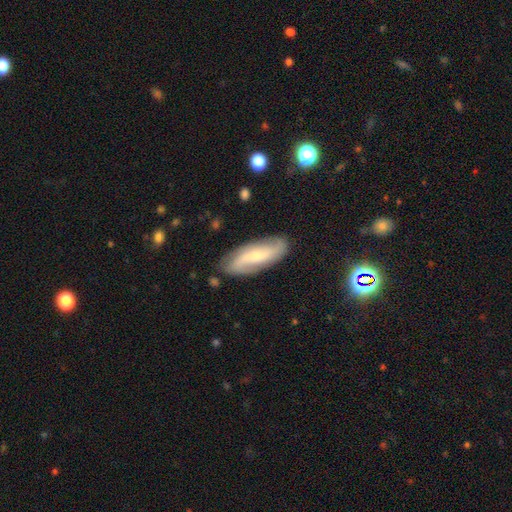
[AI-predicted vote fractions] This appears to be a featured or disk galaxy (61%) with no bar (42%), spiral arms (88%) and a small central bulge (63%). Merging: none (82%).